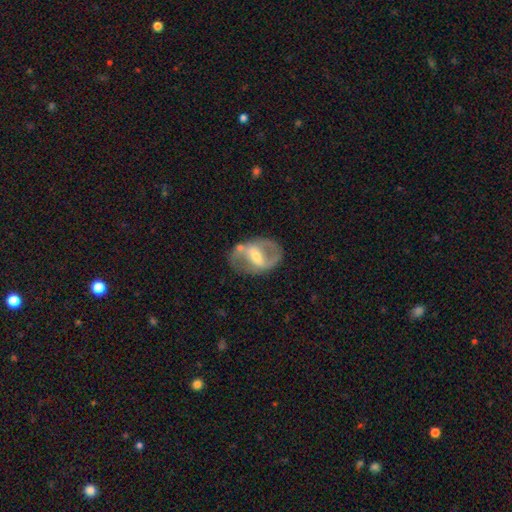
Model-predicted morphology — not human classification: Smooth or featured? featured or disk (76%)
Edge-on disk? no (95%)
Bar? strong (54%)
Spiral arms? yes (70%)
Spiral winding? medium (46%)
Spiral arm count? 2 (82%)
Bulge size? small (47%)
Merging? none (65%)